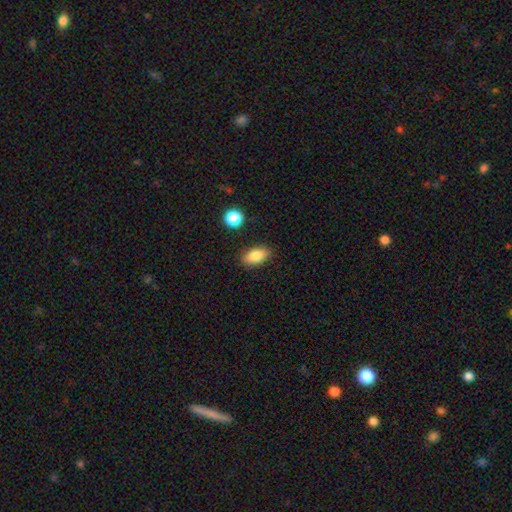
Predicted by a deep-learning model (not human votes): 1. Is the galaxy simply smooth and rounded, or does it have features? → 83% smooth, 9% featured or disk, 8% star or artifact.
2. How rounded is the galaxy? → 87% in between, 7% cigar-shaped, 6% round.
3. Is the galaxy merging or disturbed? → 85% none, 10% minor disturbance, 2% major disturbance, 2% merger.